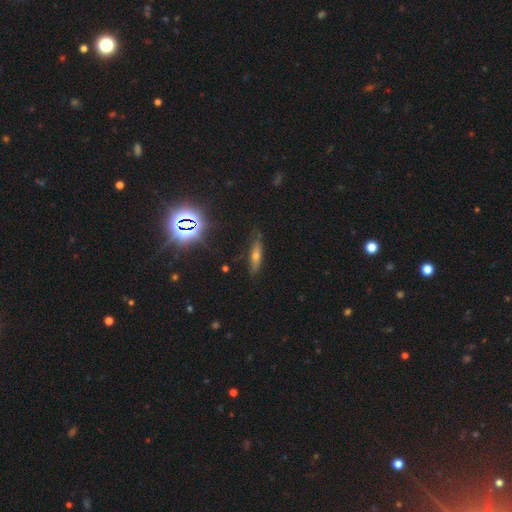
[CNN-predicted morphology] The model was most divided on "smooth or featured": smooth: 40%, featured or disk: 37%, star or artifact: 22%. More confident: merging — none (79%).